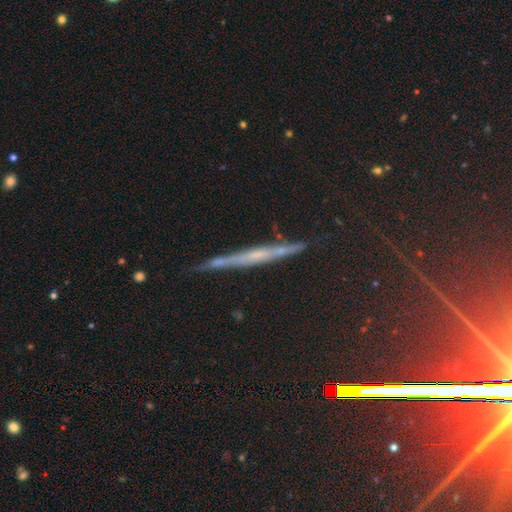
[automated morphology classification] type=featured or disk (58%); edge-on=yes (92%); edge-on bulge=none (54%); merging=none (80%).